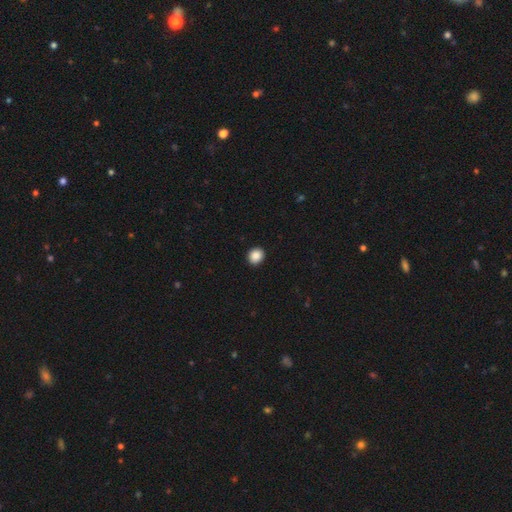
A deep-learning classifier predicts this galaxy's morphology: A smooth galaxy with no disk features (88%) that is round (78%). Merging: none (93%).